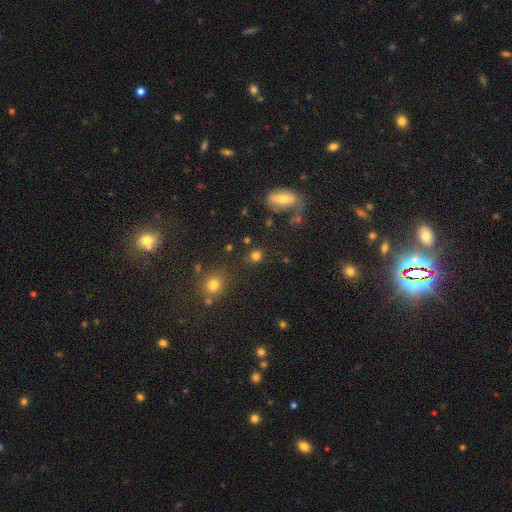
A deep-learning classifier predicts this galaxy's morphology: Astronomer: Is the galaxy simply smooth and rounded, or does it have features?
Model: smooth — 78%.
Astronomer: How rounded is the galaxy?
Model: round — 78%.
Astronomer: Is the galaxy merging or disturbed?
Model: none — 80%.